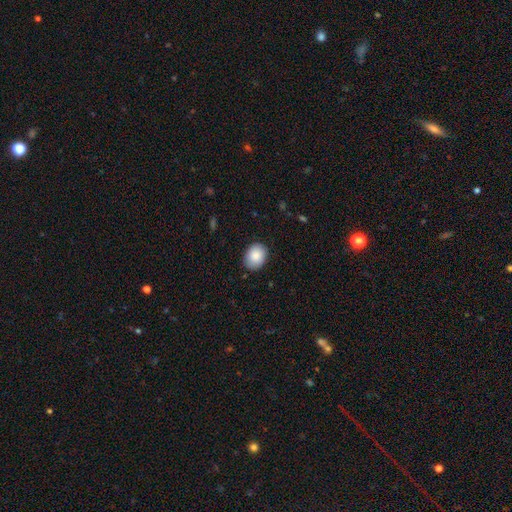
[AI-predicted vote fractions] Overall: smooth (88%). How rounded: in between (58%; round 41%). Merging: none (86%).